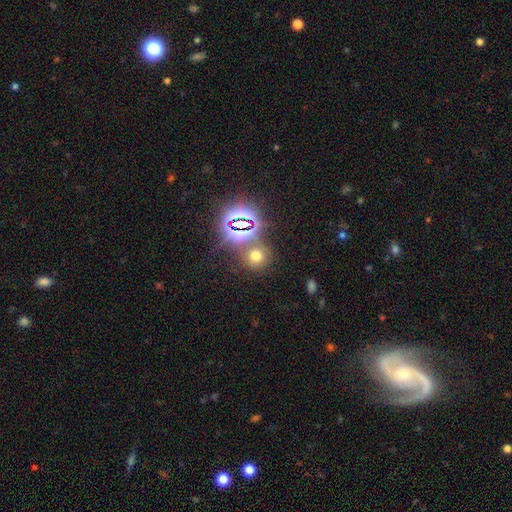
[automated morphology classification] Q: Smooth or featured?
A: smooth (56%); runner-up: star or artifact (35%)
Q: How rounded?
A: round (86%); runner-up: in between (12%)
Q: Merging?
A: none (73%); runner-up: merger (13%)